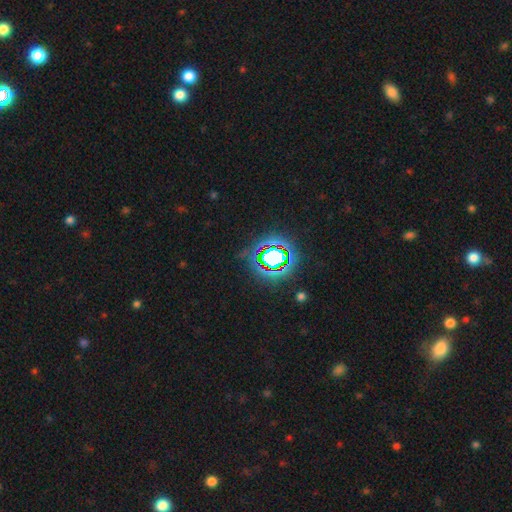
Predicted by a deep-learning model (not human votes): Smooth or featured?
  - star or artifact: 81% *
  - smooth: 12%
  - featured or disk: 7%